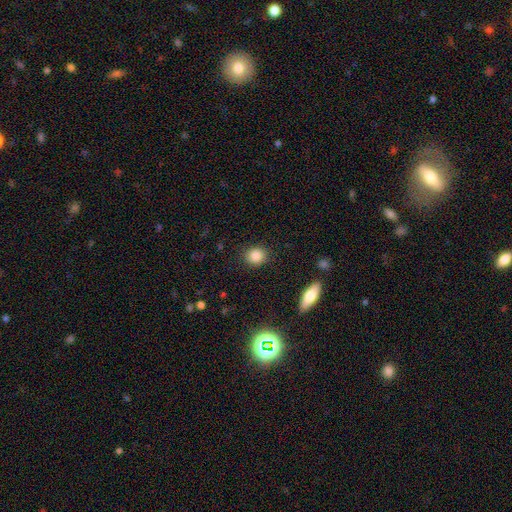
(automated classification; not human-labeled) Smooth or featured? Predicted: smooth (p=0.86). How rounded? Predicted: round (p=0.79). Merging? Predicted: none (p=0.88).